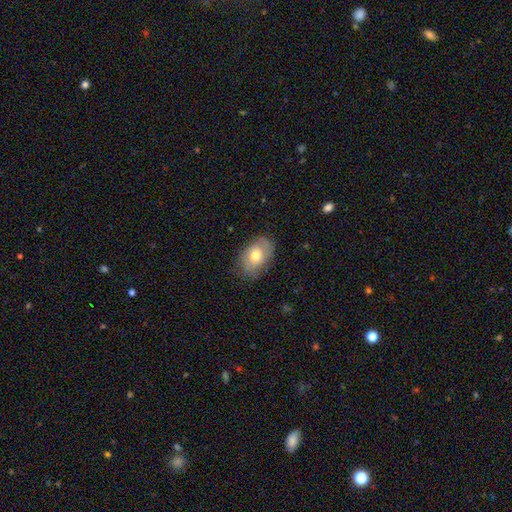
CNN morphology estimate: Overall: smooth (70%). How rounded: in between (85%). Merging: none (76%).